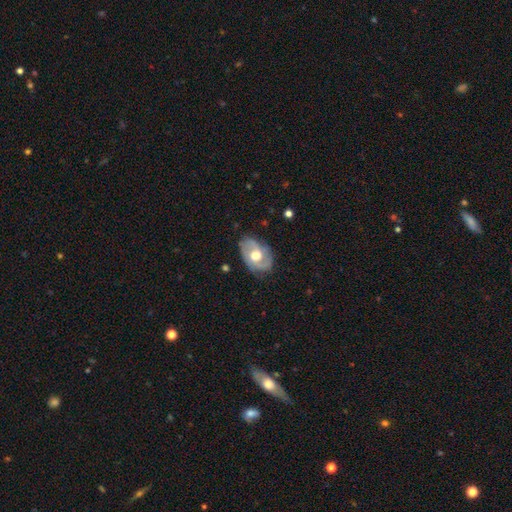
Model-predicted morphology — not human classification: A featured or disk galaxy (69%) with no bar (67%), spiral arms (76%) and a moderate central bulge (63%).

Vote fractions:
- Smooth or featured? featured or disk: 69% / smooth: 26% / star or artifact: 6%
- Edge-on disk? no: 95% / yes: 5%
- Bar? no: 67% / weak: 27% / strong: 6%
- Spiral arms? yes: 76% / no: 24%
- Bulge size? moderate: 63% / large: 30% / small: 4% / dominant: 2% / none: 1%
- Merging? none: 72% / minor disturbance: 20% / major disturbance: 7% / merger: 1%